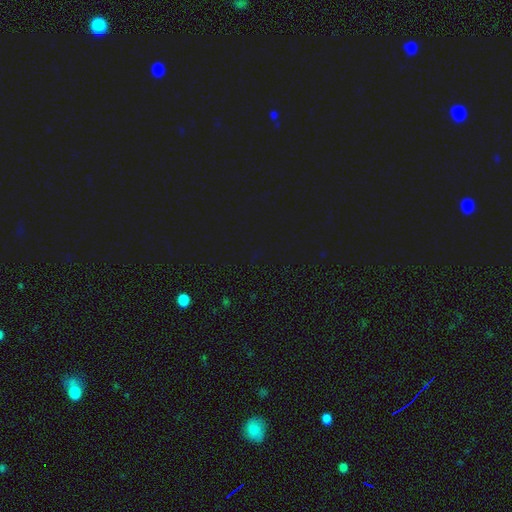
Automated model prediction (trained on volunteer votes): Smooth or featured: star or artifact — 77% (smooth — 17%)